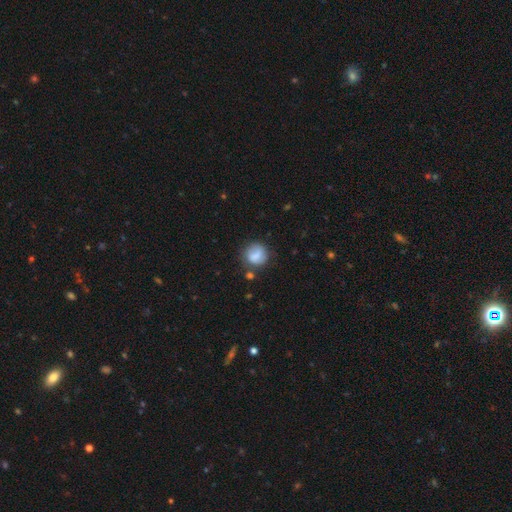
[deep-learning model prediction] smooth-or-featured: smooth: 79% | featured or disk: 13% | star or artifact: 8%
  how-rounded: round: 83% | in between: 16% | cigar-shaped: 1%
  merging: none: 67% | minor disturbance: 19% | major disturbance: 7% | merger: 7%